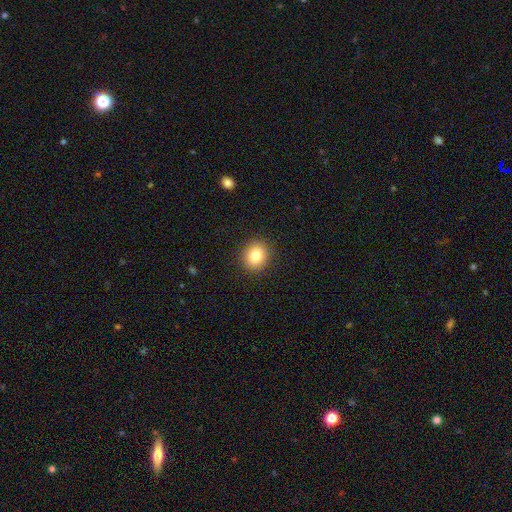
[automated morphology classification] The model was most divided on "how rounded": round: 75%, in between: 24%, cigar-shaped: 1%. More confident: merging — none (90%); smooth or featured — smooth (83%).